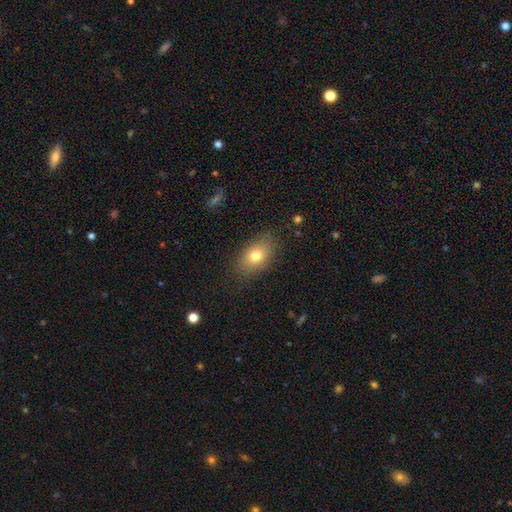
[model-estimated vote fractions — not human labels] This appears to be a smooth galaxy with no disk features (76%) that is in between round and cigar-shaped (85%). Merging: none (84%).